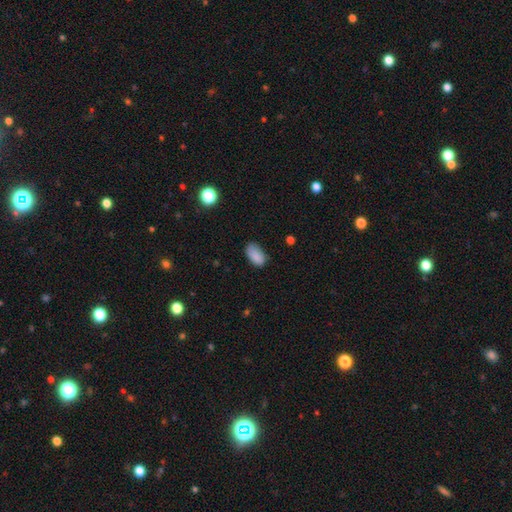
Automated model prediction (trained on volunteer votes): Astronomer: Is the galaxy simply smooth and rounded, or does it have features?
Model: smooth — 87%.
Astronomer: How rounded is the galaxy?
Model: in between — 94%.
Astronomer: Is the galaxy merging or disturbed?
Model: none — 74%.